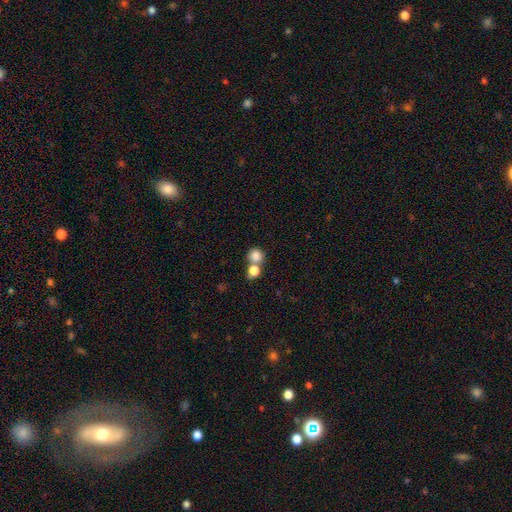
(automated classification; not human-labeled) Smooth or featured? smooth (82%)
How rounded? round (85%)
Merging? none (47%)